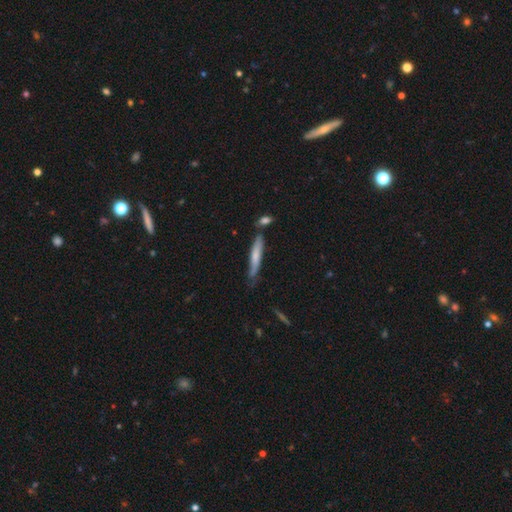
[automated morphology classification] Overall: smooth (62%; featured or disk 32%). How rounded: cigar-shaped (91%). Merging: none (61%; minor disturbance 24%).